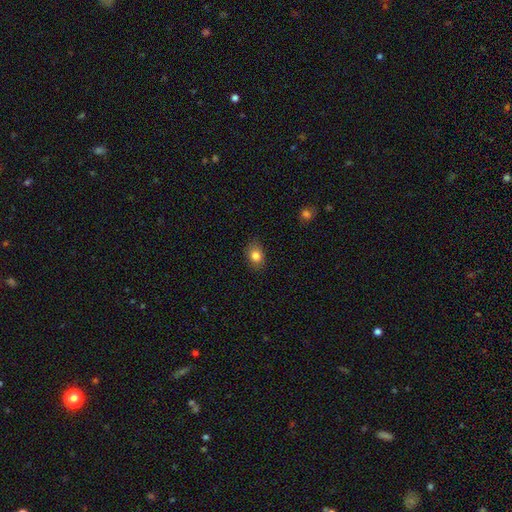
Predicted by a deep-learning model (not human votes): A smooth galaxy with no disk features (82%) that is in between round and cigar-shaped (66%).

Vote fractions:
- Smooth or featured? smooth: 82% / star or artifact: 10% / featured or disk: 8%
- How rounded? in between: 66% / round: 33% / cigar-shaped: 1%
- Merging? none: 84% / minor disturbance: 12% / major disturbance: 3% / merger: 1%